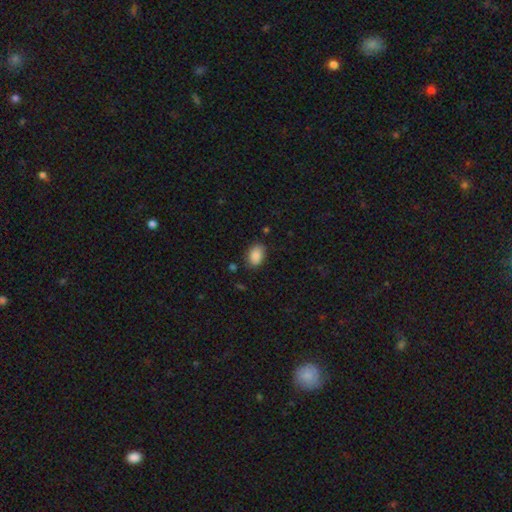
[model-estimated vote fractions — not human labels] Smooth or featured? smooth (88%)
How rounded? in between (85%)
Merging? none (81%)